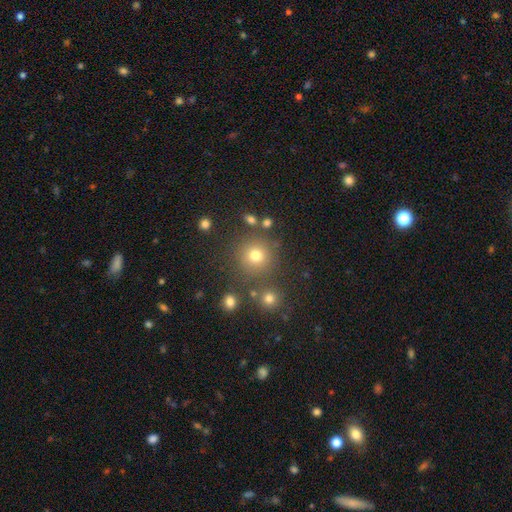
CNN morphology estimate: Smooth or featured? smooth (76%)
How rounded? round (92%)
Merging? none (79%)